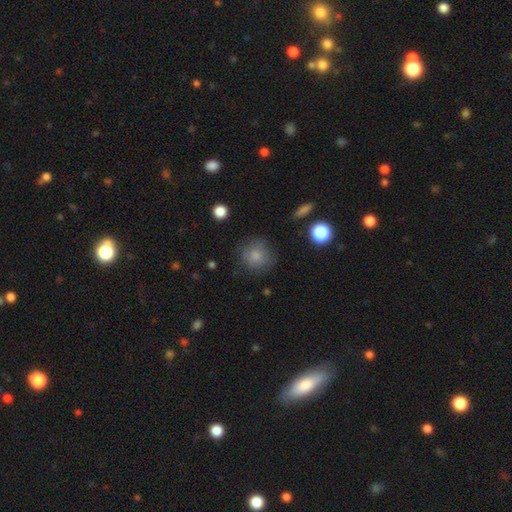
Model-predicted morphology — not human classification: This is clearly a smooth galaxy (81%). How rounded: clearly round (91%). Merging: likely none (77%).